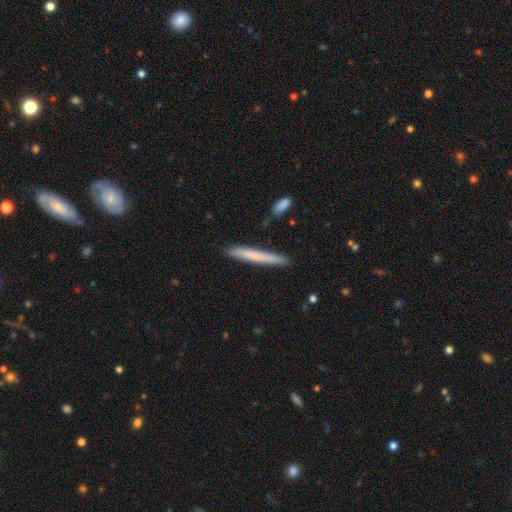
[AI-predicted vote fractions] Morphology: type=smooth (69%); roundness=cigar-shaped (97%); merging=none (89%).